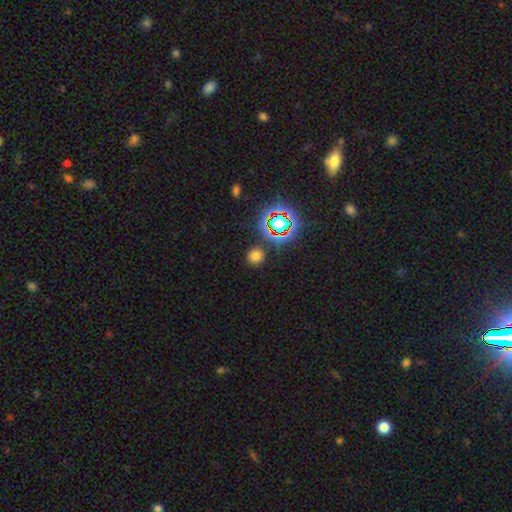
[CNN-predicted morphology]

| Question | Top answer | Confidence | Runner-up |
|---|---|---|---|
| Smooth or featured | smooth | 69% | star or artifact (25%) |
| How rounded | round | 88% | in between (10%) |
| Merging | none | 86% | minor disturbance (8%) |